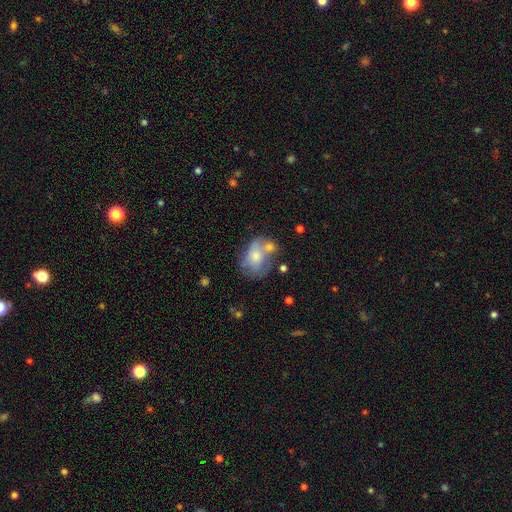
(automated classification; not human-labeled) Smooth or featured: smooth — 61% (featured or disk — 32%)
How rounded: in between — 65% (round — 34%)
Merging: merger — 35% (none — 28%)